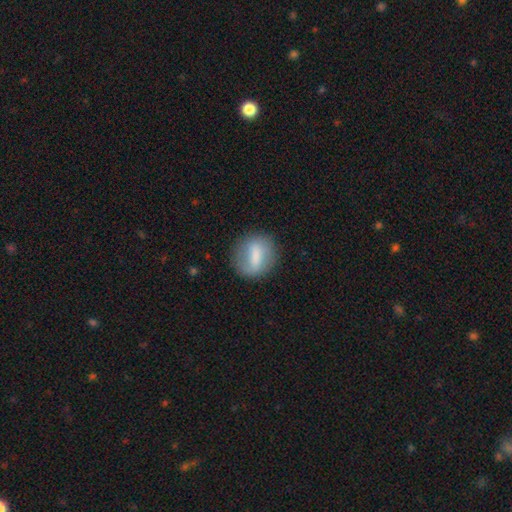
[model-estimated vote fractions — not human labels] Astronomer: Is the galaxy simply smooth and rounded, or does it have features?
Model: smooth — 65%.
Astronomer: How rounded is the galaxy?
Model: round — 59% (runner-up: in between, 36%).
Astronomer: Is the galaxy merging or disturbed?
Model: none — 75%.